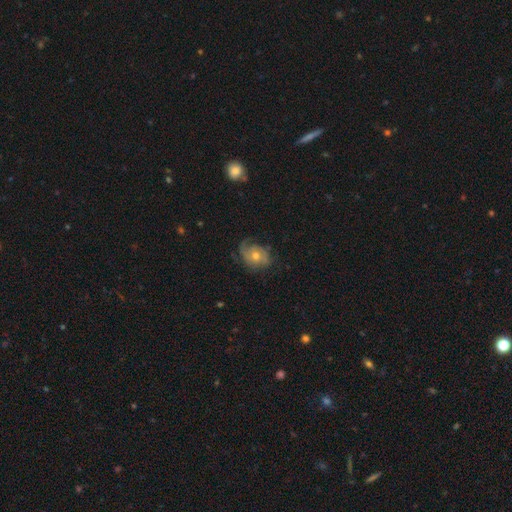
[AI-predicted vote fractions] This is likely a featured or disk galaxy (65%). It is clearly not viewed edge-on (96%). Bar: clearly no (80%). Spiral arm pattern: clearly yes (85%). Spiral arm count: marginally 1 (35%). Spiral winding: marginally tight (40%). Central bulge: possibly moderate (57%). Merging: possibly none (58%).